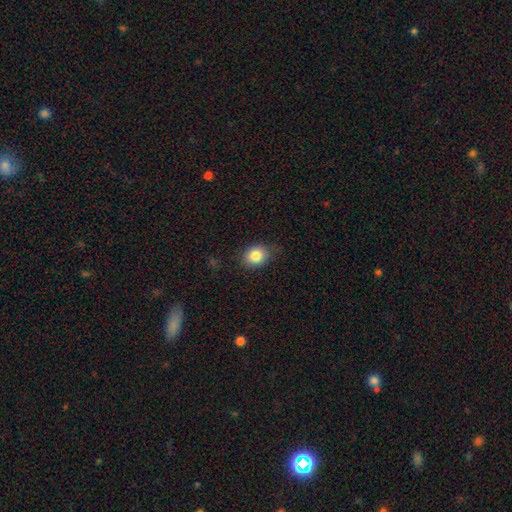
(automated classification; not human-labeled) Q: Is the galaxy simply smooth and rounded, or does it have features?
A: smooth — 84%.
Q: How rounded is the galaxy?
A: round — 51%.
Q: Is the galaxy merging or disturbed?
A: none — 78%.